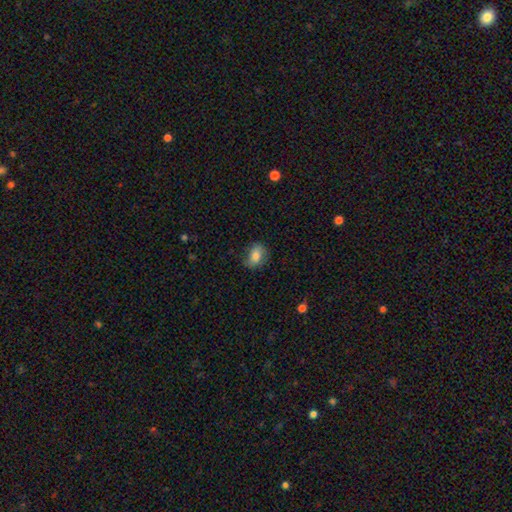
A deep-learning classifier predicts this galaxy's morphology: A smooth galaxy with no disk features (79%) that is in between round and cigar-shaped (70%).

Vote fractions:
- Smooth or featured? smooth: 79% / featured or disk: 13% / star or artifact: 9%
- How rounded? in between: 70% / round: 28% / cigar-shaped: 2%
- Merging? none: 73% / minor disturbance: 21% / major disturbance: 5% / merger: 1%